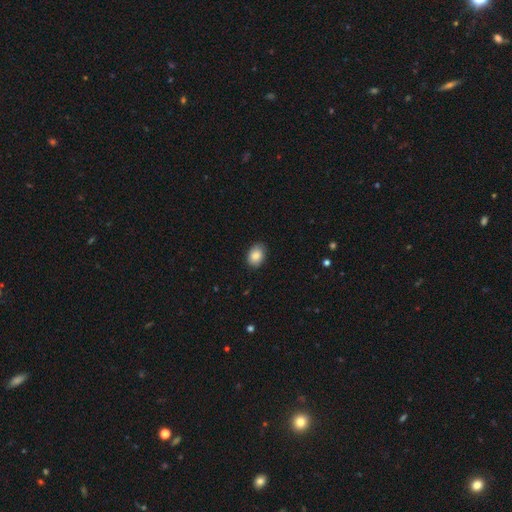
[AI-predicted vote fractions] This appears to be a smooth galaxy with no disk features (87%) that is in between round and cigar-shaped (75%). Merging: none (84%).